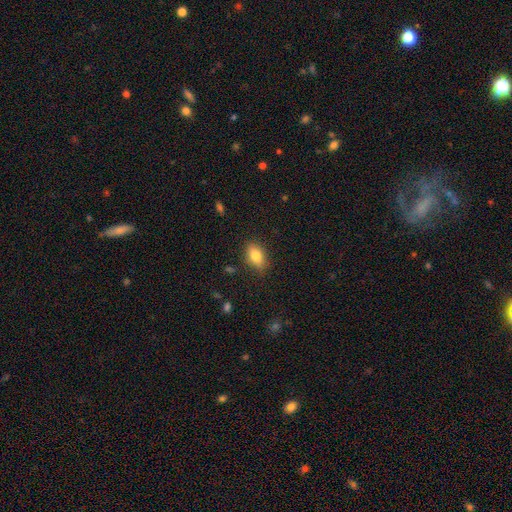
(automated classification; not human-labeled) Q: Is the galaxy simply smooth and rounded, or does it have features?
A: smooth — 78%.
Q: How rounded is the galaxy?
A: in between — 83%.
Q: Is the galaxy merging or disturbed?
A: none — 84%.